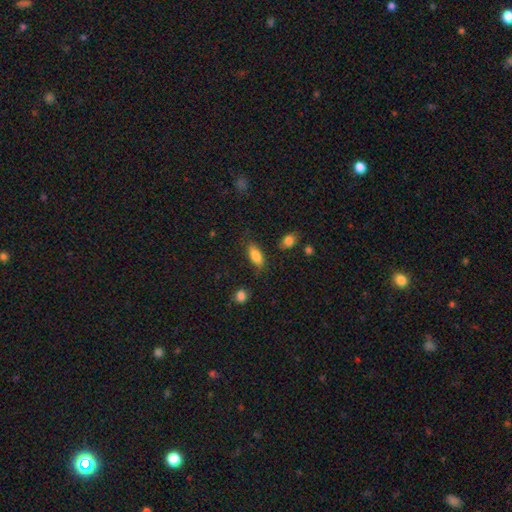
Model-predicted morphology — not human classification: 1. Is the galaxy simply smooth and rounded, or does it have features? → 84% smooth, 9% featured or disk, 8% star or artifact.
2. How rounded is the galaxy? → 83% in between, 14% cigar-shaped, 3% round.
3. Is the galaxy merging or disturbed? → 75% none, 17% minor disturbance, 5% major disturbance, 2% merger.